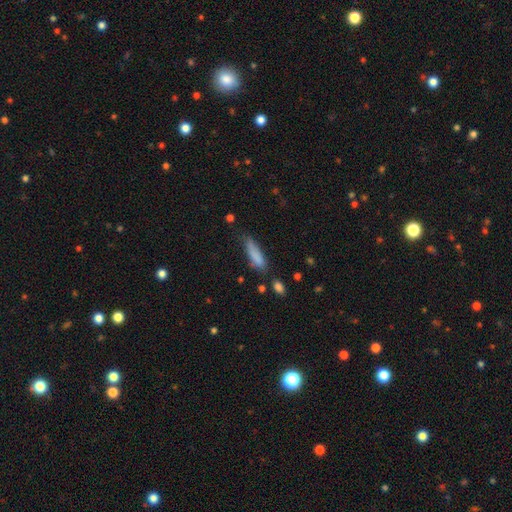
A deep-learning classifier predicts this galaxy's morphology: Smooth or featured? smooth (83%)
How rounded? cigar-shaped (62%)
Merging? none (59%)